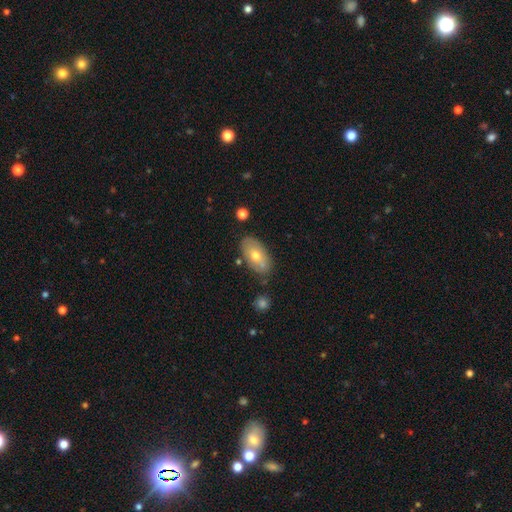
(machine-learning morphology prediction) Smooth or featured?
  - smooth: 64% *
  - featured or disk: 29%
  - star or artifact: 7%
How rounded?
  - in between: 93% *
  - round: 5%
  - cigar-shaped: 2%
Merging?
  - none: 72% *
  - minor disturbance: 17%
  - merger: 7%
  - major disturbance: 4%